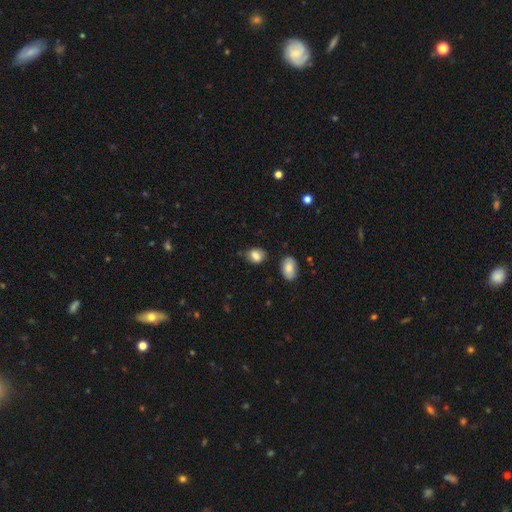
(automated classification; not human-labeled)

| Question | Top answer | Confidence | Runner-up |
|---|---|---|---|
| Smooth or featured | smooth | 82% | star or artifact (9%) |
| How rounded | in between | 66% | round (33%) |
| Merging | none | 63% | minor disturbance (26%) |